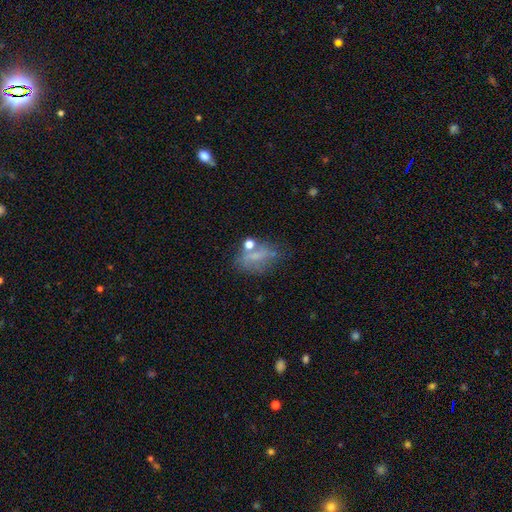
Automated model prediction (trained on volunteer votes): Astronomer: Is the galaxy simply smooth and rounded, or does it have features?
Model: smooth — 51% (runner-up: featured or disk, 31%).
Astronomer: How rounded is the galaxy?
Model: in between — 76%.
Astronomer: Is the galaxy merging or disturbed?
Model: none — 49%.